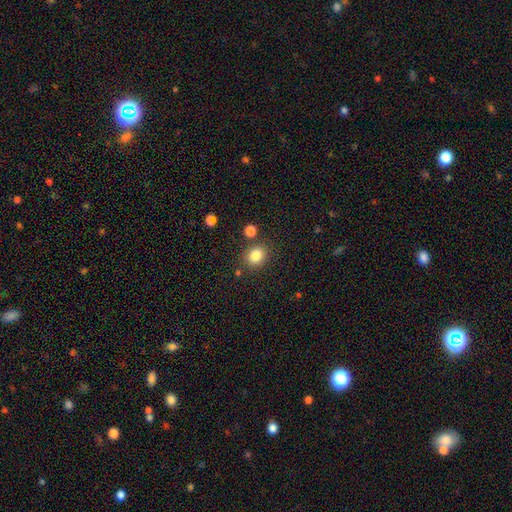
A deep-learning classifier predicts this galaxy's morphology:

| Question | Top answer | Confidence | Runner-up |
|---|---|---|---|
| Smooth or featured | smooth | 83% | star or artifact (11%) |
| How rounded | round | 64% | in between (35%) |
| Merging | none | 80% | minor disturbance (10%) |